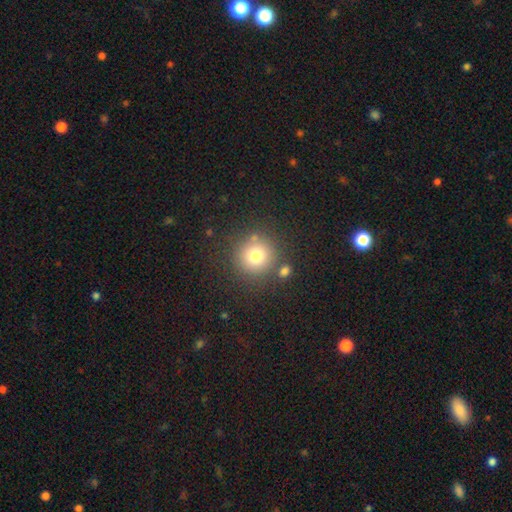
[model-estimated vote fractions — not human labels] The model was most divided on "smooth or featured": smooth: 76%, star or artifact: 14%, featured or disk: 10%. More confident: how rounded — round (93%); merging — none (80%).